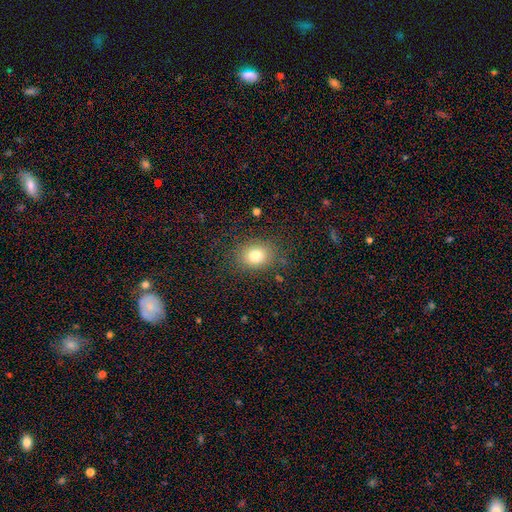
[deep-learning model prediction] Smooth or featured?
  - smooth: 78% *
  - star or artifact: 13%
  - featured or disk: 10%
How rounded?
  - round: 56% *
  - in between: 43%
  - cigar-shaped: 1%
Merging?
  - none: 84% *
  - minor disturbance: 10%
  - major disturbance: 4%
  - merger: 1%